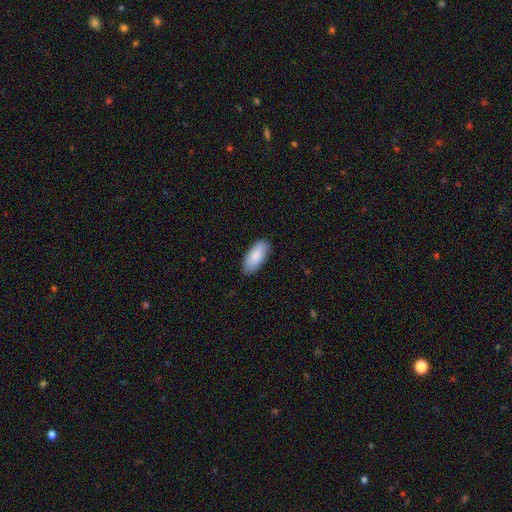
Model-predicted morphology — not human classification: Q: Smooth or featured?
A: smooth (88%); runner-up: featured or disk (7%)
Q: How rounded?
A: in between (89%); runner-up: cigar-shaped (9%)
Q: Merging?
A: none (86%); runner-up: minor disturbance (11%)